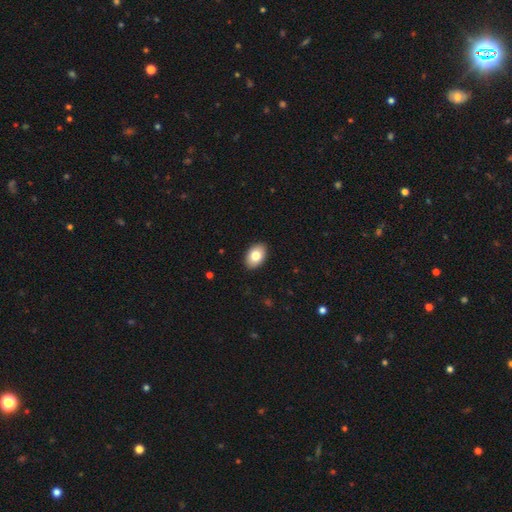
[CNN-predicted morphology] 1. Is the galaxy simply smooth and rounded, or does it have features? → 81% smooth, 12% featured or disk, 7% star or artifact.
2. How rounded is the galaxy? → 90% in between, 9% round, 1% cigar-shaped.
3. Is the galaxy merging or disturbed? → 90% none, 7% minor disturbance, 2% major disturbance, 1% merger.